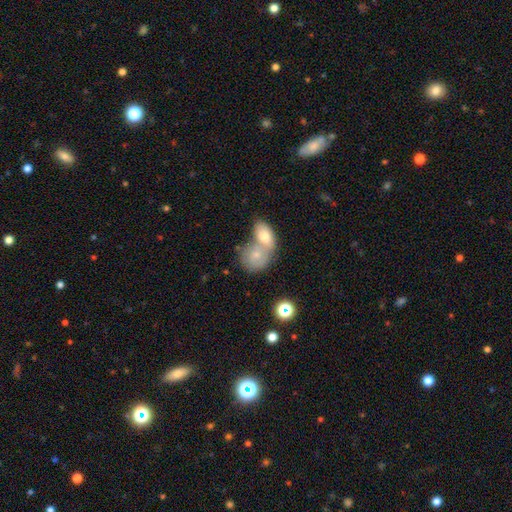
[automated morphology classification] Smooth or featured?
  - smooth: 63% *
  - featured or disk: 29%
  - star or artifact: 8%
How rounded?
  - in between: 51% *
  - round: 47%
  - cigar-shaped: 2%
Merging?
  - merger: 69% *
  - none: 20%
  - minor disturbance: 7%
  - major disturbance: 4%